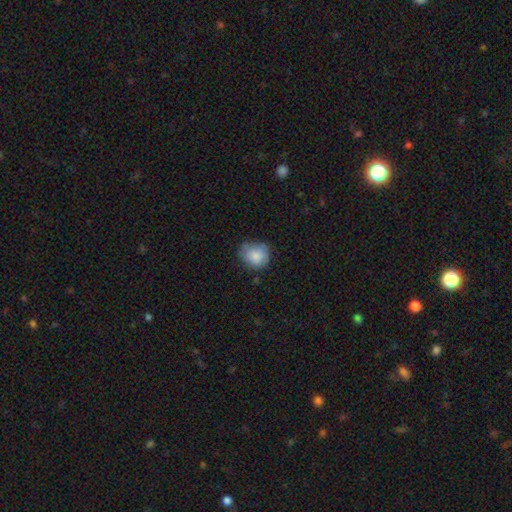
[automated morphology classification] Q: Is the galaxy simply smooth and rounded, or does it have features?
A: smooth — 84%.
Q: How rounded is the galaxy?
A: round — 70%.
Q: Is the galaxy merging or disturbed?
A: none — 59%.